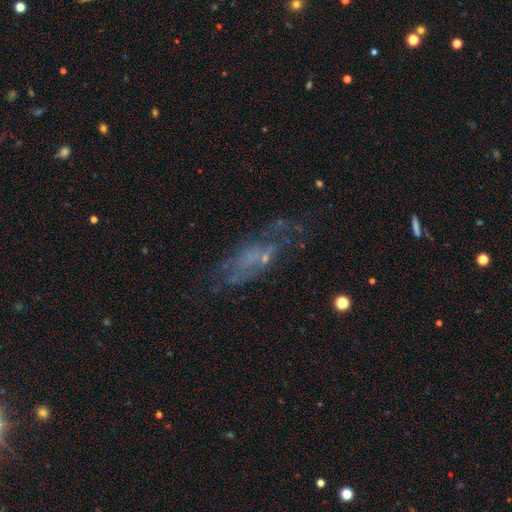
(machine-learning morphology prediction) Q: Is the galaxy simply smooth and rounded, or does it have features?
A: featured or disk — 53%.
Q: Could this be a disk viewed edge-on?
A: no — 83%.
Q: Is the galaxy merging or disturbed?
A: none — 54%.